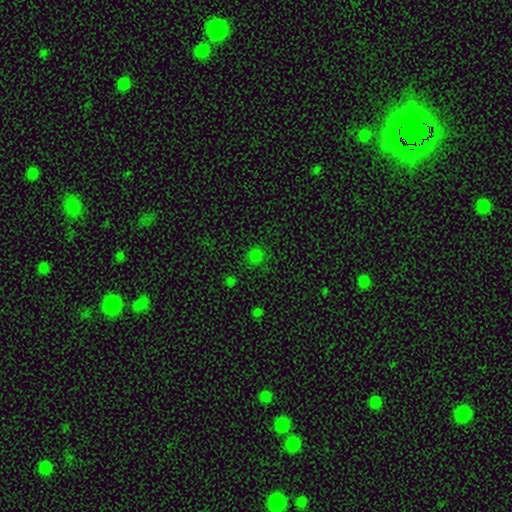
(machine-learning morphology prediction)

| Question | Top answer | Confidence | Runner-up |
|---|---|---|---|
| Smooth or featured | smooth | 74% | star or artifact (22%) |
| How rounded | round | 89% | in between (10%) |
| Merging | none | 86% | minor disturbance (9%) |